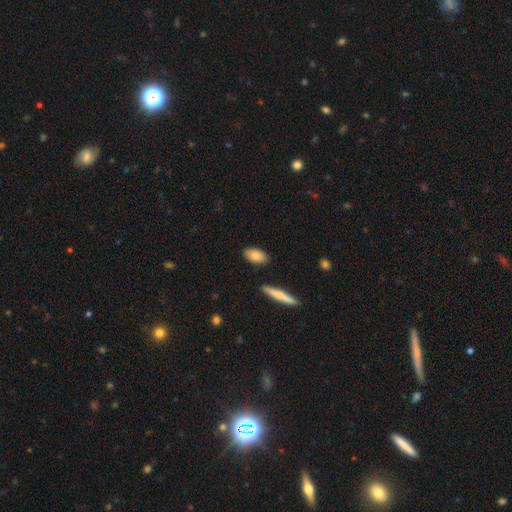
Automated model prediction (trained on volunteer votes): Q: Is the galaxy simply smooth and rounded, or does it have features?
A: smooth — 81%.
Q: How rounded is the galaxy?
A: in between — 90%.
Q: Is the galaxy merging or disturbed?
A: none — 87%.